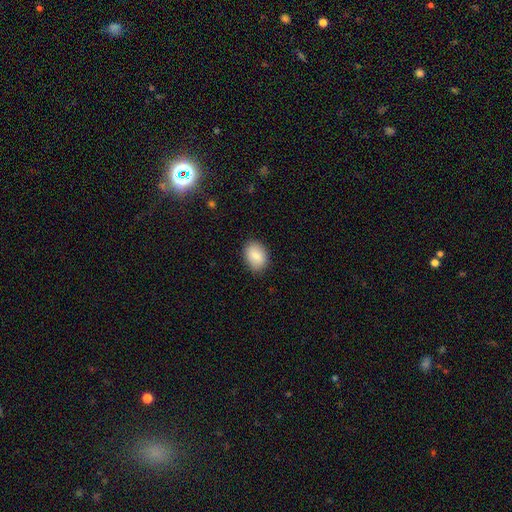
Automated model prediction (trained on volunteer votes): smooth-or-featured: smooth: 86% | star or artifact: 7% | featured or disk: 7%
  how-rounded: in between: 75% | round: 24% | cigar-shaped: 1%
  merging: none: 86% | minor disturbance: 11% | major disturbance: 3% | merger: 1%